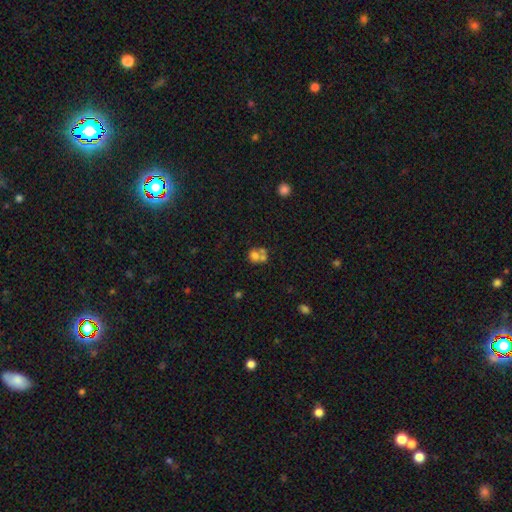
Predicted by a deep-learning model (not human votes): smooth_or_featured: smooth (p=0.65) [alt: featured or disk p=0.22]
how_rounded: round (p=0.67) [alt: in between p=0.32]
merging: merger (p=0.59) [alt: none p=0.27]